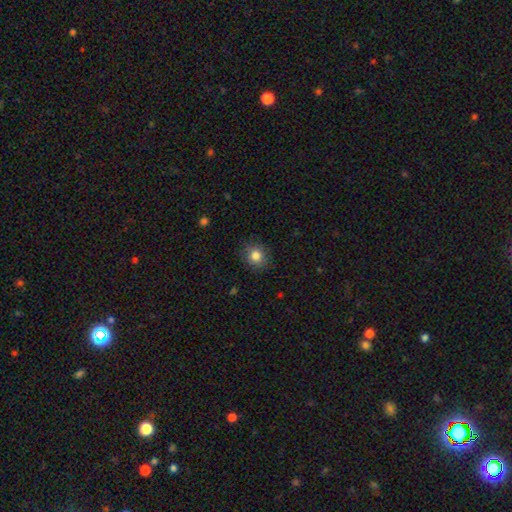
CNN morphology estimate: Q: Smooth or featured?
A: smooth (83%); runner-up: star or artifact (10%)
Q: How rounded?
A: round (83%); runner-up: in between (16%)
Q: Merging?
A: none (87%); runner-up: minor disturbance (9%)